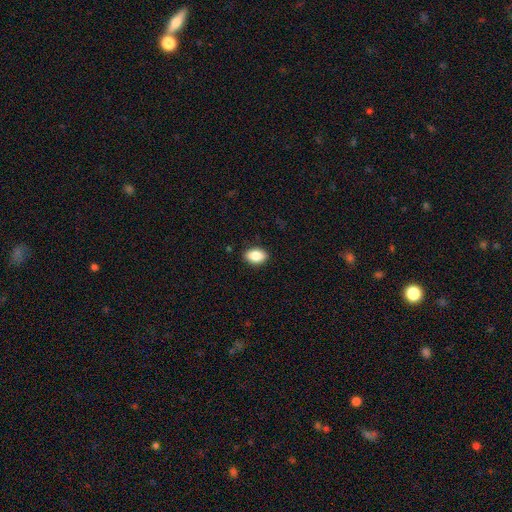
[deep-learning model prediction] Morphology: type=smooth (87%); roundness=in between (85%); merging=none (89%).